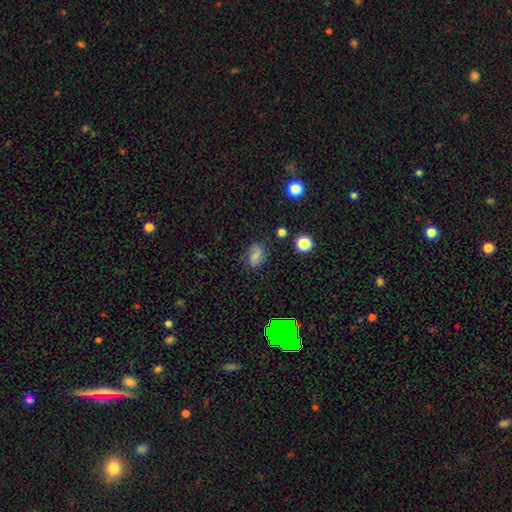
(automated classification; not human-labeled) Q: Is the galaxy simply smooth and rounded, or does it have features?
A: smooth — 54%.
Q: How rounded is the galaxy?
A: in between — 77%.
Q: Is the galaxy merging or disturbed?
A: none — 63%.